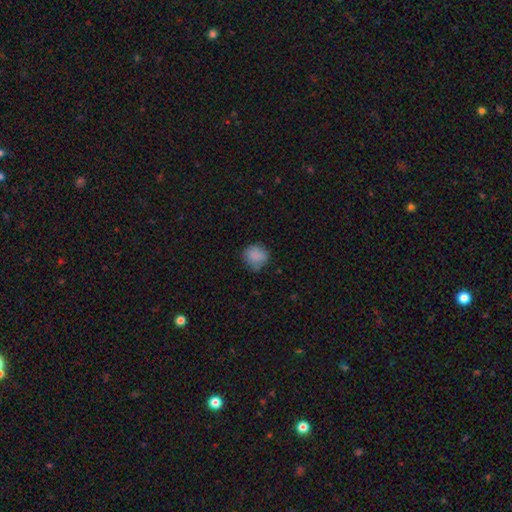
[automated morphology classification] A smooth galaxy with no disk features (86%) that is round (88%). Merging: none (76%).